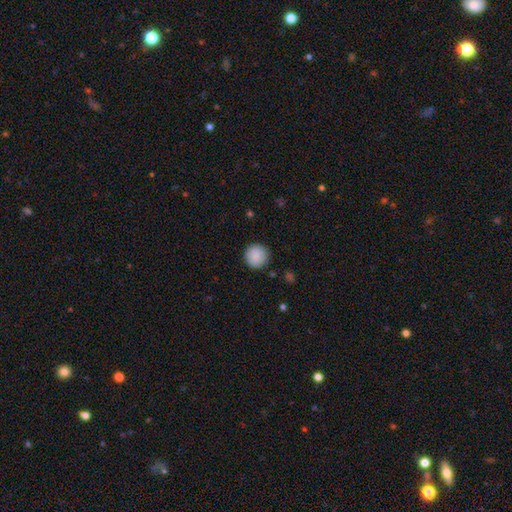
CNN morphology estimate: Q: Smooth or featured?
A: smooth (88%); runner-up: star or artifact (7%)
Q: How rounded?
A: round (95%); runner-up: in between (4%)
Q: Merging?
A: none (89%); runner-up: minor disturbance (8%)